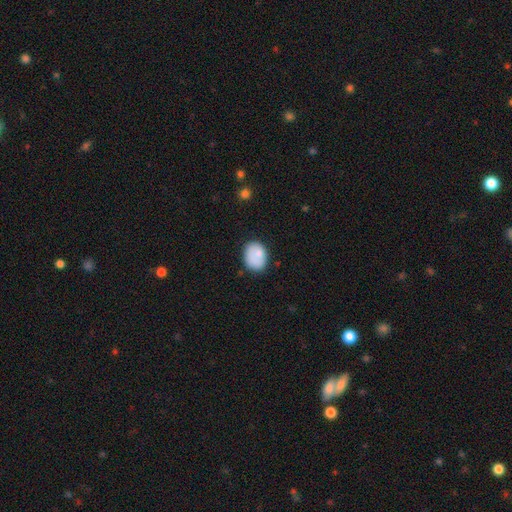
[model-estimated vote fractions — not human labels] Smooth or featured: smooth — 82% (featured or disk — 11%)
How rounded: in between — 63% (round — 36%)
Merging: none — 67% (minor disturbance — 22%)